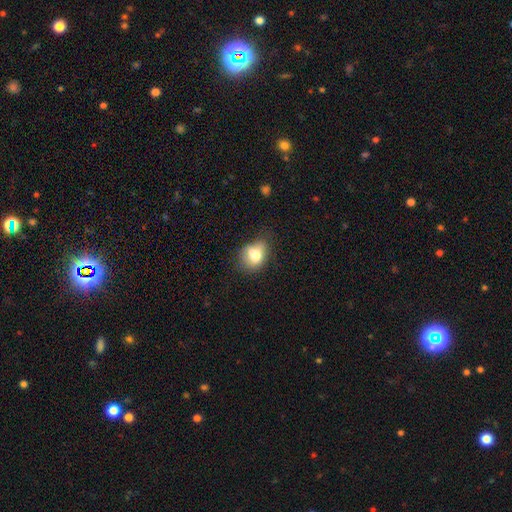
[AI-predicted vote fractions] Q: Smooth or featured?
A: smooth (69%); runner-up: featured or disk (21%)
Q: How rounded?
A: in between (55%); runner-up: round (43%)
Q: Merging?
A: none (40%); runner-up: minor disturbance (29%)